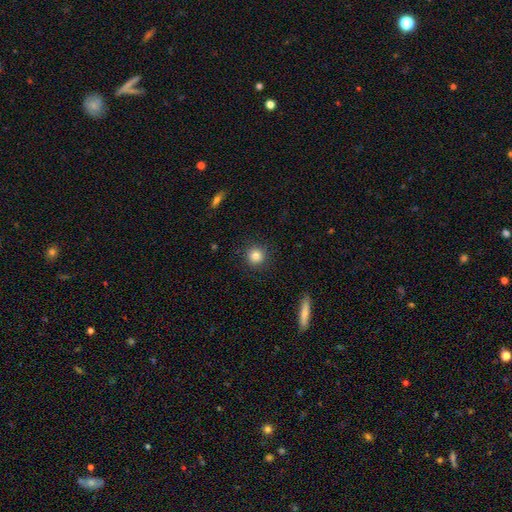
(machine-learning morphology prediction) Q: Smooth or featured?
A: smooth (83%); runner-up: star or artifact (11%)
Q: How rounded?
A: round (94%); runner-up: in between (5%)
Q: Merging?
A: none (91%); runner-up: minor disturbance (6%)